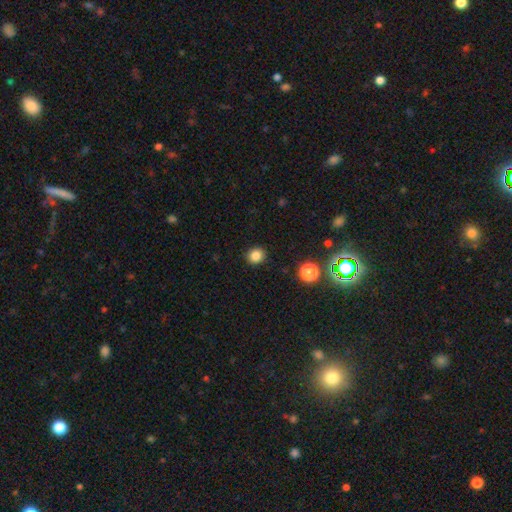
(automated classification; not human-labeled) Smooth or featured? smooth (84%)
How rounded? round (86%)
Merging? none (91%)